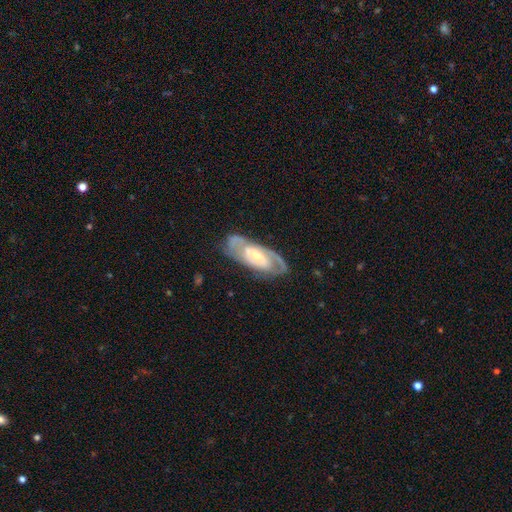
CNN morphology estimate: The model was most divided on "bar": no: 49%, weak: 36%, strong: 15%. More confident: edge-on disk — no (91%); spiral arms — yes (87%); smooth or featured — featured or disk (80%); merging — none (70%); spiral arm count — 2 (64%); bulge size — small (57%); spiral winding — tight (53%).